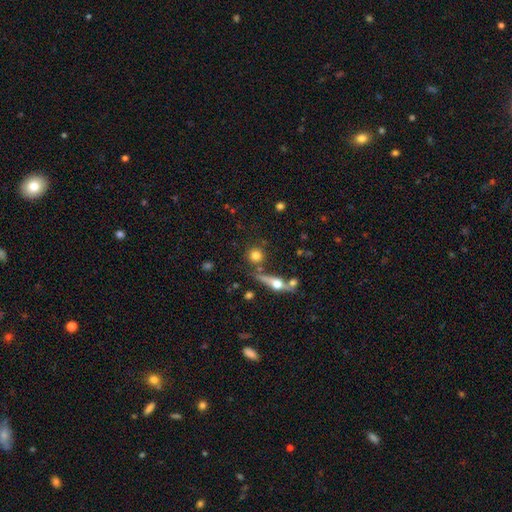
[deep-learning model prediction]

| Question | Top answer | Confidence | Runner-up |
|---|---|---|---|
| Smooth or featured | smooth | 73% | featured or disk (16%) |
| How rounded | round | 89% | in between (8%) |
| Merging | none | 72% | merger (14%) |